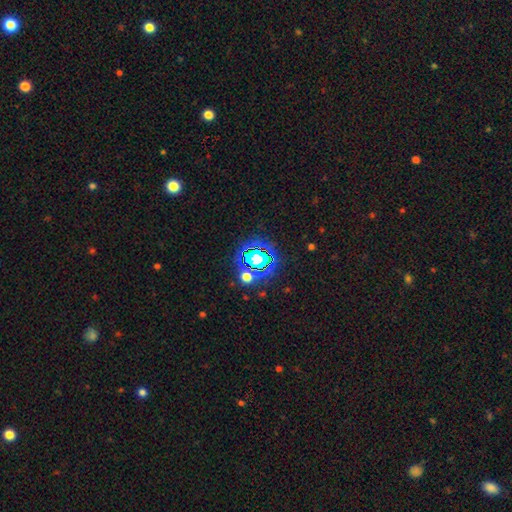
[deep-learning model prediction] Smooth or featured: star or artifact — 68% (smooth — 22%)